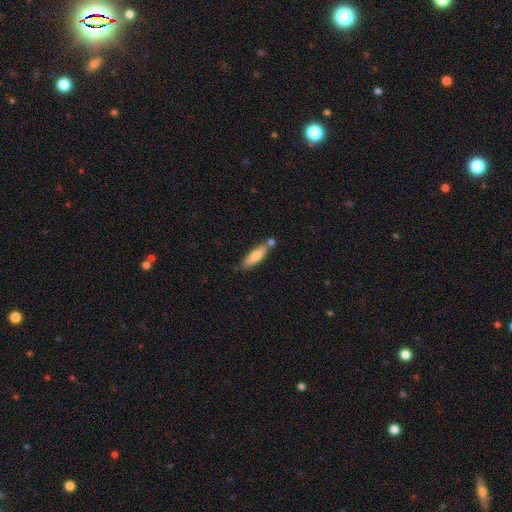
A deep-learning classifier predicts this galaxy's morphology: smooth_or_featured: smooth (p=0.71) [alt: featured or disk p=0.23]
how_rounded: cigar-shaped (p=0.62) [alt: in between p=0.36]
merging: none (p=0.62) [alt: merger p=0.19]